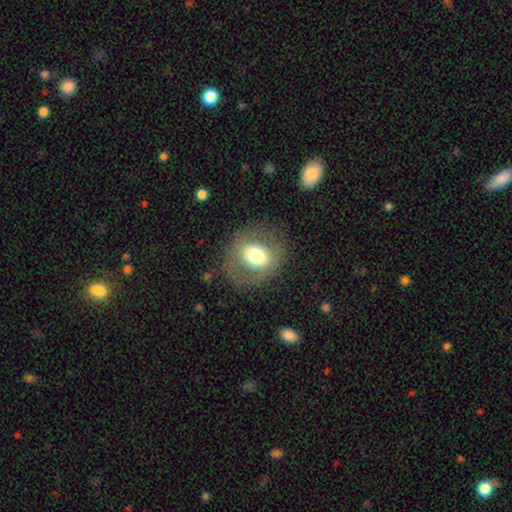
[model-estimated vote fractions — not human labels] smooth 57%, featured or disk 34%, star or artifact 9%. Down the decision tree: how rounded — round (73%); merging — none (76%).